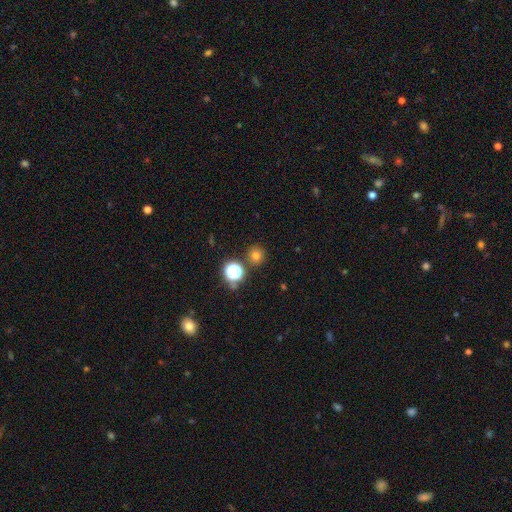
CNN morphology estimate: Q: Smooth or featured?
A: smooth (72%); runner-up: star or artifact (21%)
Q: How rounded?
A: round (93%); runner-up: in between (6%)
Q: Merging?
A: none (85%); runner-up: minor disturbance (7%)